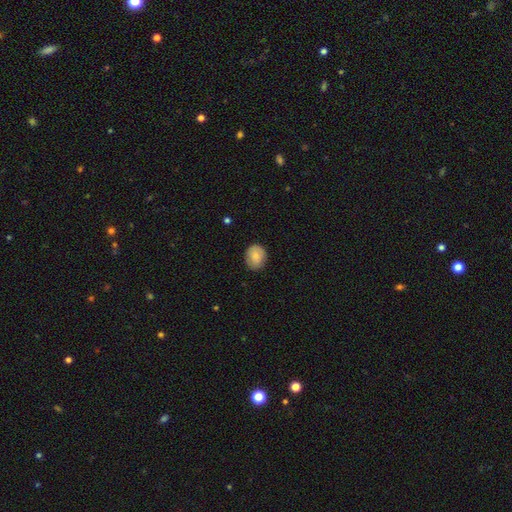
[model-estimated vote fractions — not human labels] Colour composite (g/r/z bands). It shows a smooth galaxy with no disk features (82%) that is round (60%). Merging: none (83%).